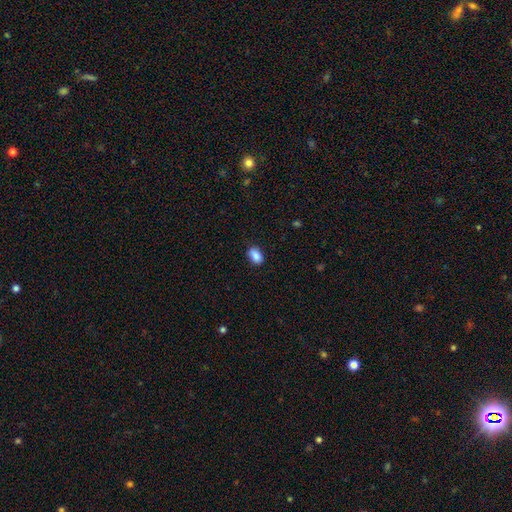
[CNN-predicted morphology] type=smooth (88%); roundness=in between (88%); merging=none (83%).